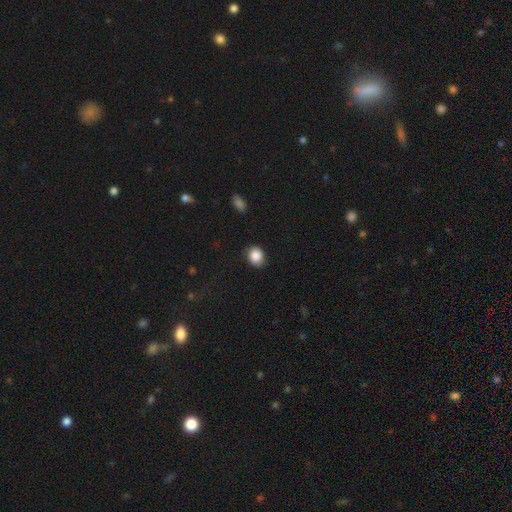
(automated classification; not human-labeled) Smooth or featured: smooth — 87% (star or artifact — 8%)
How rounded: round — 57% (in between — 42%)
Merging: none — 85% (minor disturbance — 11%)